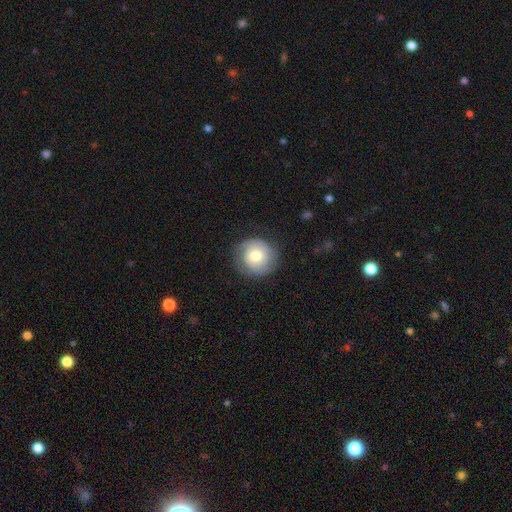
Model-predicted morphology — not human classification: This appears to be a smooth galaxy with no disk features (53%) that is round (91%). Merging: none (75%).